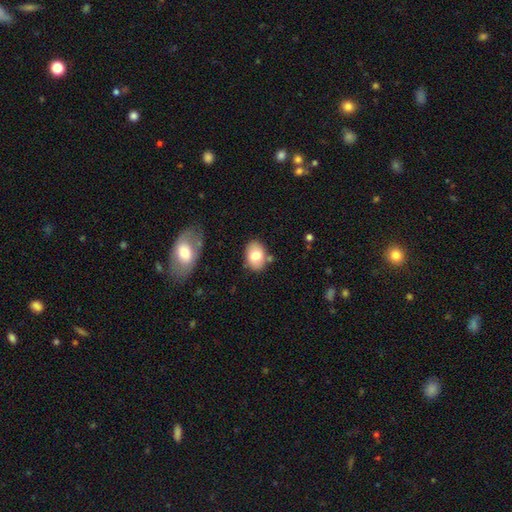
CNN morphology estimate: smooth 77%, featured or disk 16%, star or artifact 7%. Down the decision tree: how rounded — in between (77%); merging — none (73%).